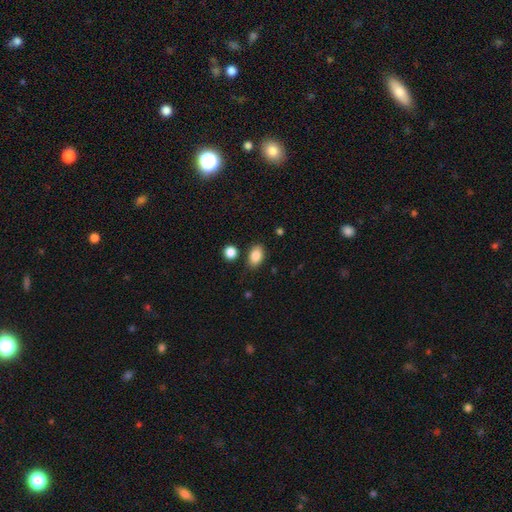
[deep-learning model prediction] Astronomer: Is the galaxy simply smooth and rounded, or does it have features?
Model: smooth — 87%.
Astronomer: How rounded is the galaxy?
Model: in between — 86%.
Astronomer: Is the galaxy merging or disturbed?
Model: none — 81%.